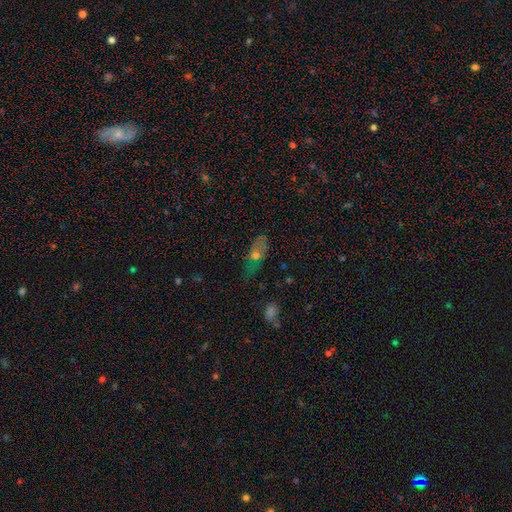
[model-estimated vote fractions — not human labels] smooth 46%, featured or disk 36%, star or artifact 17%. Down the decision tree: merging — none (62%).